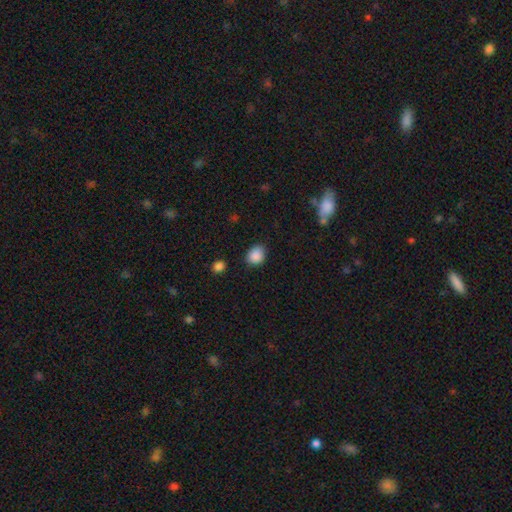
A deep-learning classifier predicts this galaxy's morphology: A smooth galaxy with no disk features (88%) that is round (54%).

Vote fractions:
- Smooth or featured? smooth: 88% / star or artifact: 9% / featured or disk: 3%
- How rounded? round: 54% / in between: 45% / cigar-shaped: 1%
- Merging? none: 80% / minor disturbance: 14% / major disturbance: 3% / merger: 2%